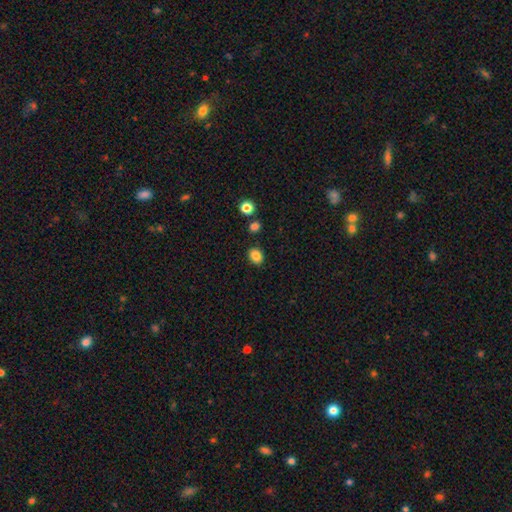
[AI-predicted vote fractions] smooth_or_featured: smooth (p=0.85) [alt: star or artifact p=0.10]
how_rounded: in between (p=0.60) [alt: round p=0.39]
merging: none (p=0.85) [alt: minor disturbance p=0.09]